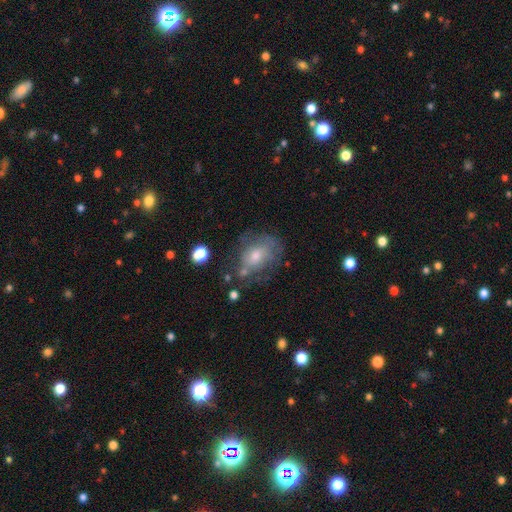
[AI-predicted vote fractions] smooth 45%, featured or disk 43%, star or artifact 11%. Down the decision tree: merging — none (53%).